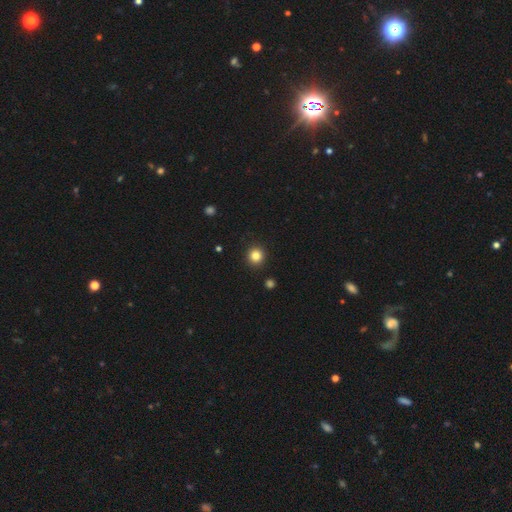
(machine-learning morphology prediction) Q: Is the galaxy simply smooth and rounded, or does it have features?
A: smooth — 84%.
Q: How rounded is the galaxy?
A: round — 91%.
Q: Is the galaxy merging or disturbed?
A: none — 92%.